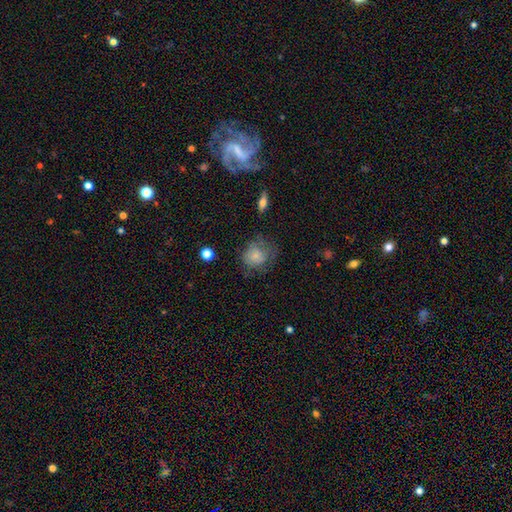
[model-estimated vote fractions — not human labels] Morphology: type=smooth (74%); roundness=round (70%); merging=none (47%).